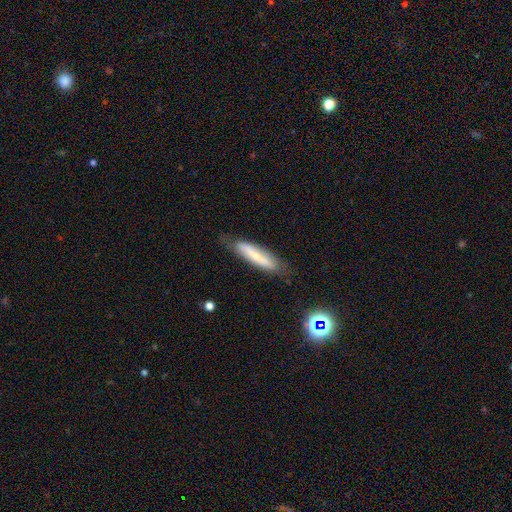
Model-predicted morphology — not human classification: This appears to be a smooth galaxy with no disk features (52%) that is cigar-shaped (78%). Merging: none (72%).